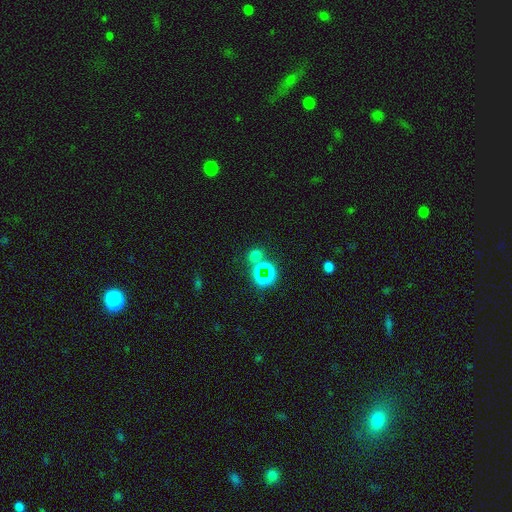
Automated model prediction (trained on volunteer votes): smooth-or-featured: smooth: 55% | star or artifact: 39% | featured or disk: 6%
  how-rounded: round: 79% | in between: 20% | cigar-shaped: 1%
  merging: none: 71% | merger: 16% | minor disturbance: 9% | major disturbance: 4%